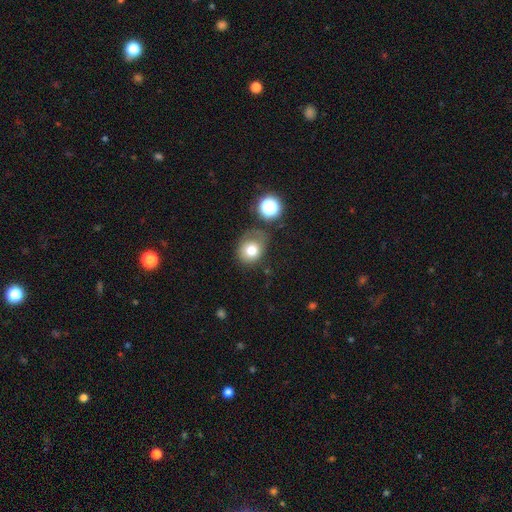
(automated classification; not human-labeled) This appears to be a smooth galaxy with no disk features (72%) that is round (66%). Merging: none (66%).